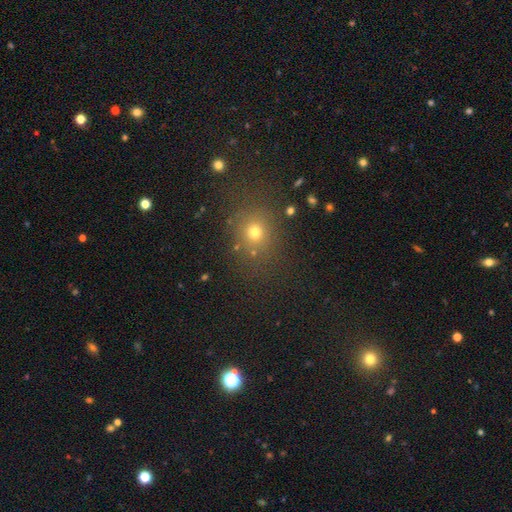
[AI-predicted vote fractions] Q: Smooth or featured?
A: smooth (58%); runner-up: star or artifact (33%)
Q: How rounded?
A: round (71%); runner-up: in between (27%)
Q: Merging?
A: none (84%); runner-up: minor disturbance (9%)